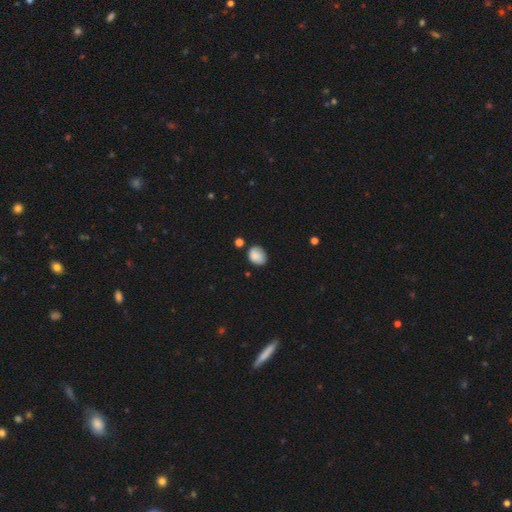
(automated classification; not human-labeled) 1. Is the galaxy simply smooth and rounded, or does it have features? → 86% smooth, 8% star or artifact, 6% featured or disk.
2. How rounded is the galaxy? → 58% in between, 41% round, 1% cigar-shaped.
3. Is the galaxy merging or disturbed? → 69% none, 22% minor disturbance, 5% merger, 4% major disturbance.